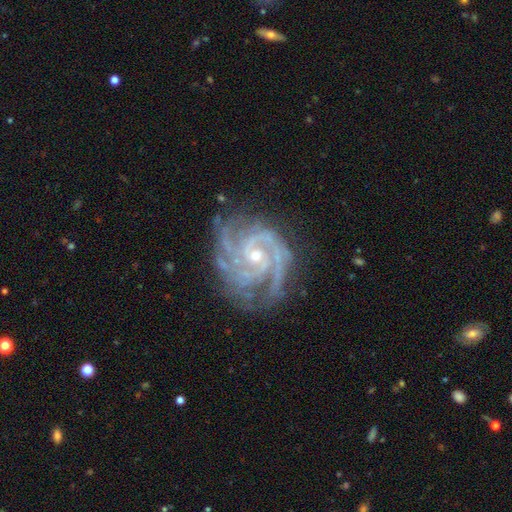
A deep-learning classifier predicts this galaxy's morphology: This is clearly a featured or disk galaxy (93%). It is clearly not viewed edge-on (98%). Bar: likely no (64%). Spiral arm pattern: clearly yes (99%). Spiral arm count: marginally 3 (33%). Spiral winding: likely tight (66%). Central bulge: likely small (62%). Merging: likely none (72%).